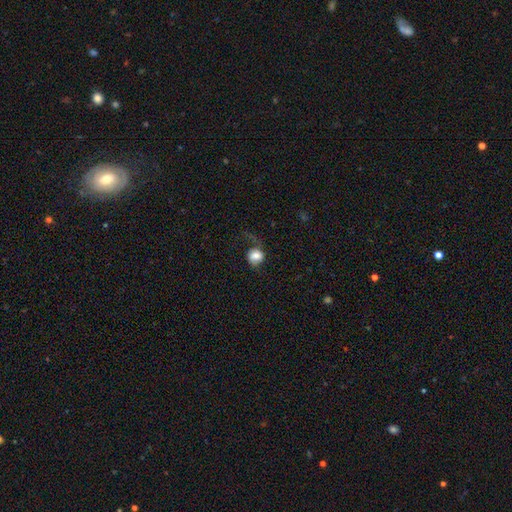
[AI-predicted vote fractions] smooth-or-featured: smooth: 67% | featured or disk: 24% | star or artifact: 9%
  how-rounded: round: 69% | in between: 30% | cigar-shaped: 1%
  merging: none: 45% | major disturbance: 28% | minor disturbance: 23% | merger: 3%